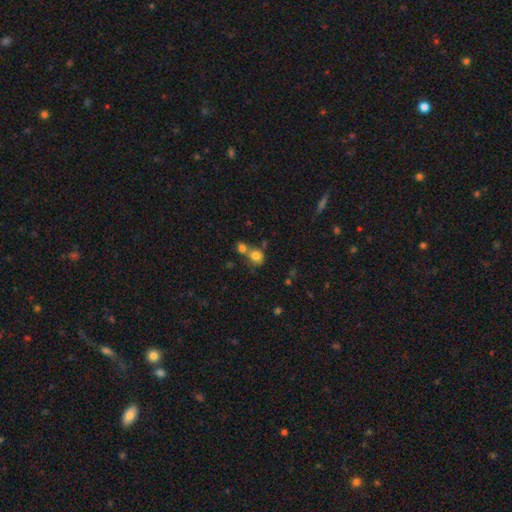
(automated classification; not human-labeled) smooth-or-featured: smooth: 78% | star or artifact: 12% | featured or disk: 10%
  how-rounded: round: 72% | in between: 27% | cigar-shaped: 1%
  merging: merger: 46% | none: 39% | minor disturbance: 10% | major disturbance: 5%